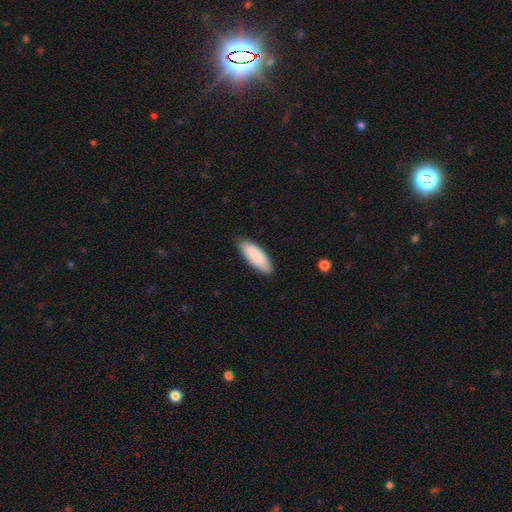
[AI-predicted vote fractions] A smooth galaxy with no disk features (84%) that is in between round and cigar-shaped (69%). Merging: none (84%).